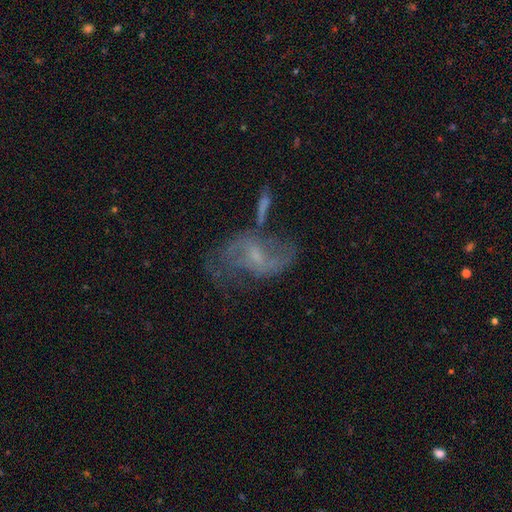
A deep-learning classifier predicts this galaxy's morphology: Smooth or featured: featured or disk — 75% (smooth — 14%)
Edge-on disk: no — 96% (yes — 4%)
Bar: weak — 47% (no — 41%)
Spiral arms: yes — 83% (no — 17%)
Spiral winding: loose — 62% (medium — 29%)
Spiral arm count: 2 — 79% (can't tell — 12%)
Bulge size: small — 63% (moderate — 22%)
Merging: none — 42% (major disturbance — 23%)